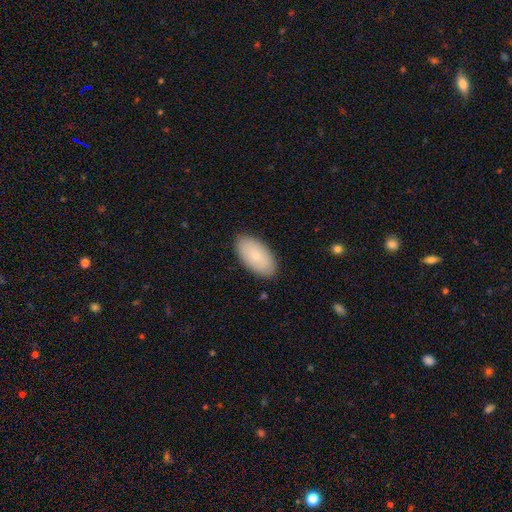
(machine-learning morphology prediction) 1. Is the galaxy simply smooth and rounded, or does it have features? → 80% smooth, 14% featured or disk, 6% star or artifact.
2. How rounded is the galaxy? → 96% in between, 2% round, 2% cigar-shaped.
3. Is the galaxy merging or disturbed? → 87% none, 10% minor disturbance, 2% major disturbance, 1% merger.